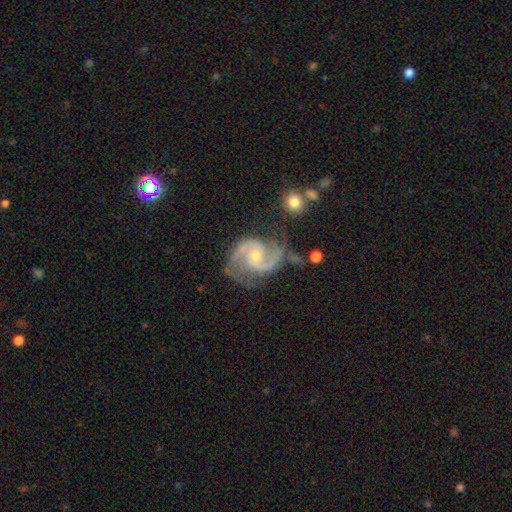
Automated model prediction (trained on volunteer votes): Smooth or featured? featured or disk (92%)
Edge-on disk? no (98%)
Bar? no (58%)
Spiral arms? yes (98%)
Spiral winding? medium (60%)
Spiral arm count? 2 (89%)
Bulge size? small (56%)
Merging? none (63%)